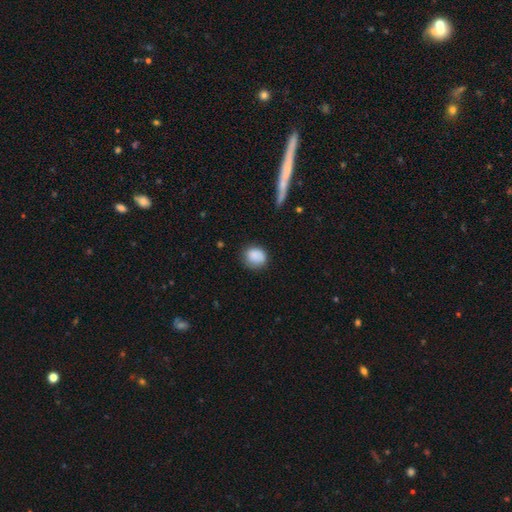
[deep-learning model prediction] Overall: smooth (86%). How rounded: round (71%). Merging: none (71%).